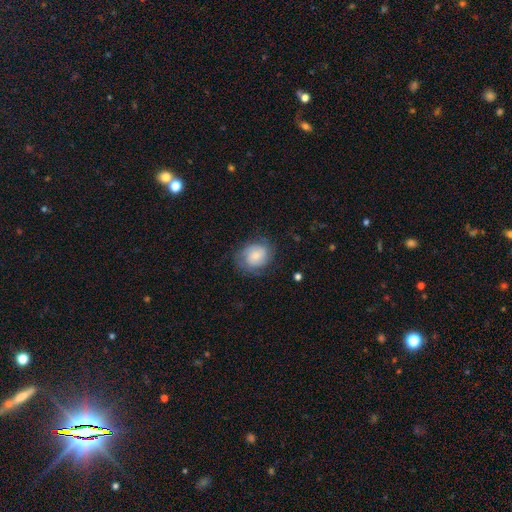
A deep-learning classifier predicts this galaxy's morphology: This is possibly a smooth galaxy (55%). How rounded: possibly round (58%). Merging: likely none (69%).